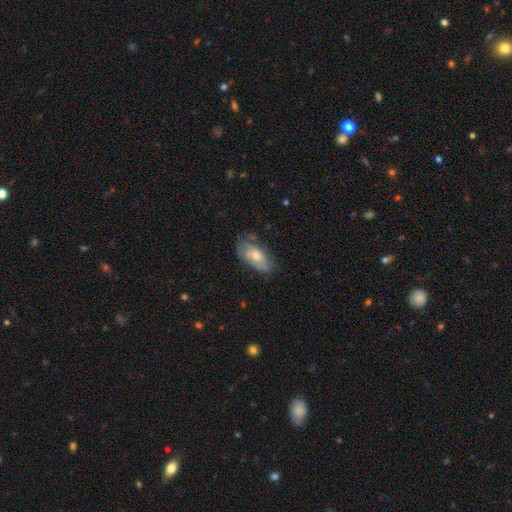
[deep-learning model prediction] Smooth or featured?
  - smooth: 46% * (tied)
  - featured or disk: 46% * (tied)
  - star or artifact: 8%
Merging?
  - none: 60% *
  - minor disturbance: 29%
  - major disturbance: 10%
  - merger: 2%